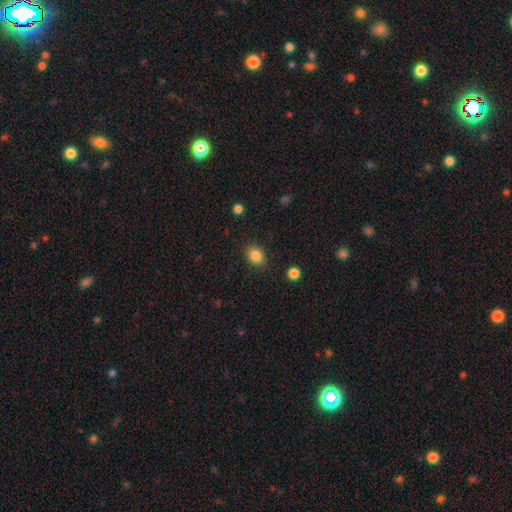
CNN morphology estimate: Smooth or featured? Predicted: smooth (p=0.85). How rounded? Predicted: in between (p=0.57). Merging? Predicted: none (p=0.86).